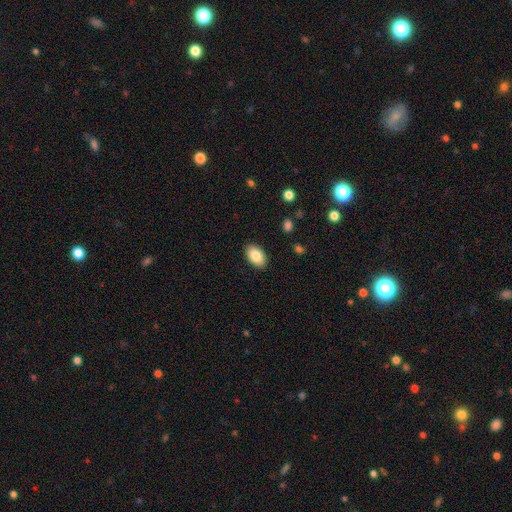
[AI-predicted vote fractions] Smooth or featured?
  - smooth: 85% *
  - featured or disk: 8%
  - star or artifact: 7%
How rounded?
  - in between: 93% *
  - round: 6%
  - cigar-shaped: 1%
Merging?
  - none: 89% *
  - minor disturbance: 8%
  - major disturbance: 2%
  - merger: 1%